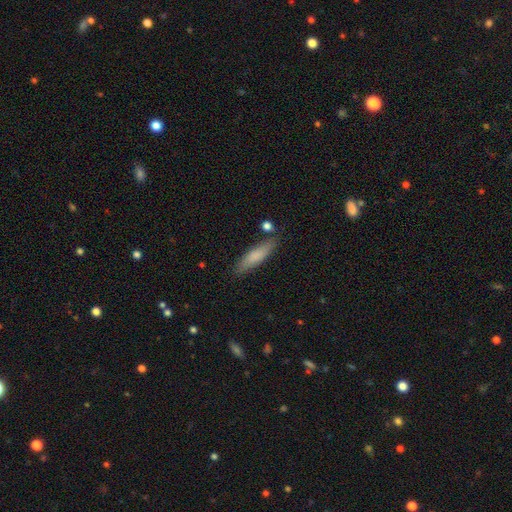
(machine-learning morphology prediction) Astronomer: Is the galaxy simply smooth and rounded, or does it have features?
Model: smooth — 78%.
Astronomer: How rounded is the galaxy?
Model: cigar-shaped — 70%.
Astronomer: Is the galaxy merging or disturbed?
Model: none — 80%.